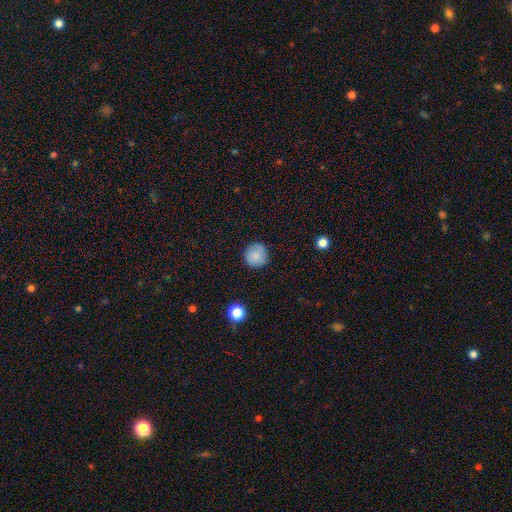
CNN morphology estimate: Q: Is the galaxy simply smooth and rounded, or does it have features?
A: smooth — 85%.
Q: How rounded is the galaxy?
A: round — 93%.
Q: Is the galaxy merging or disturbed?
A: none — 85%.